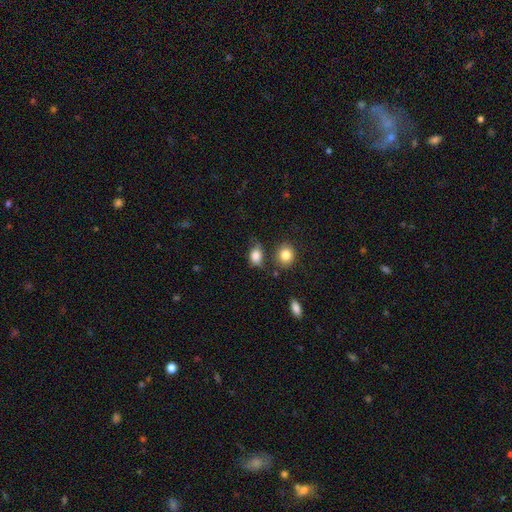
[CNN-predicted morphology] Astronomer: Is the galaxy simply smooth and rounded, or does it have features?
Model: smooth — 83%.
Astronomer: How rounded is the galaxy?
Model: in between — 68%.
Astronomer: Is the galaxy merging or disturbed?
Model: none — 52% (runner-up: minor disturbance, 30%).